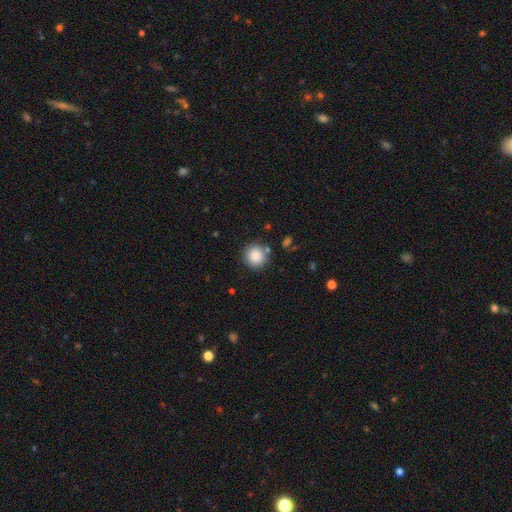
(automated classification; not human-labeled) Q: Smooth or featured?
A: smooth (86%); runner-up: star or artifact (9%)
Q: How rounded?
A: round (94%); runner-up: in between (5%)
Q: Merging?
A: none (84%); runner-up: minor disturbance (9%)